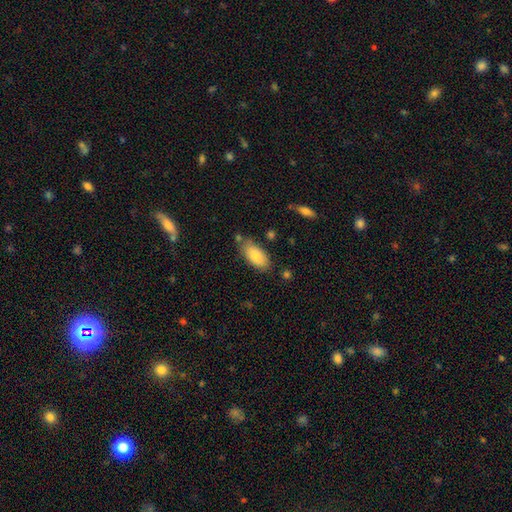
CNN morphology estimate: type=smooth (82%); roundness=in between (92%); merging=none (72%).